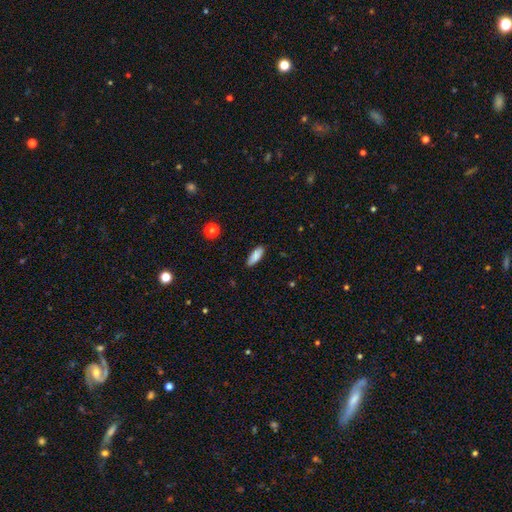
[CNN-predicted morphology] Smooth or featured? smooth (87%)
How rounded? in between (70%)
Merging? none (87%)